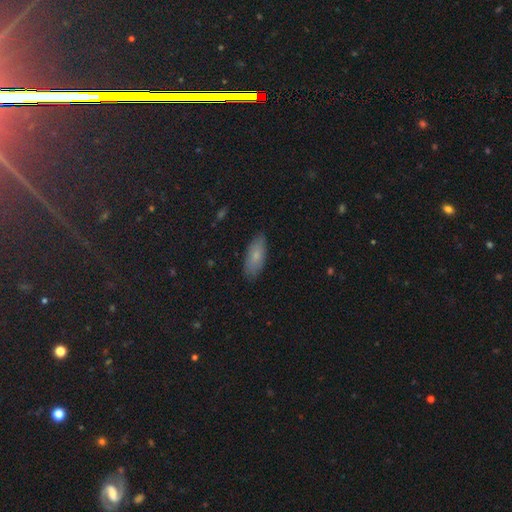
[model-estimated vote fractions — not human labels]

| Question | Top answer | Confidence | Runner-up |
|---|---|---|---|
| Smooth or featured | smooth | 76% | featured or disk (16%) |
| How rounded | in between | 81% | cigar-shaped (16%) |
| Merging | none | 84% | minor disturbance (13%) |